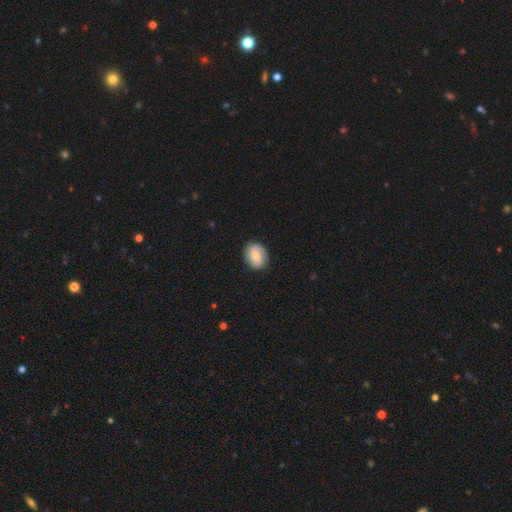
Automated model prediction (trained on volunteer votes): The model was most divided on "how rounded": in between: 58%, round: 41%, cigar-shaped: 1%. More confident: merging — none (86%); smooth or featured — smooth (74%).